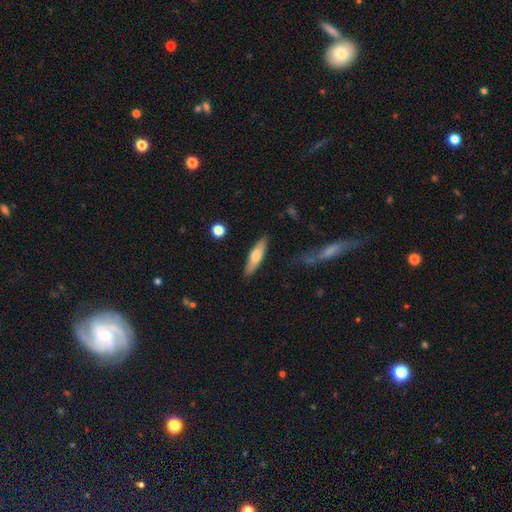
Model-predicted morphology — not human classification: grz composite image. It shows a smooth galaxy with no disk features (63%) that is cigar-shaped (64%). Merging: none (86%).